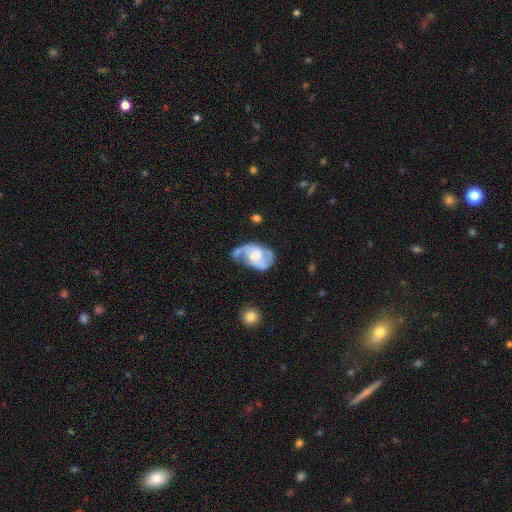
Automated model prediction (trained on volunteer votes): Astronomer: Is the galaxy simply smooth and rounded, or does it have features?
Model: featured or disk — 78%.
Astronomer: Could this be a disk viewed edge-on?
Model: no — 97%.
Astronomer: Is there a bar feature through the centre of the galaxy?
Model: no — 46% (runner-up: weak, 44%).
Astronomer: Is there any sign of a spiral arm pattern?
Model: yes — 92%.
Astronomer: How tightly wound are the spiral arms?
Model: medium — 49% (runner-up: loose, 32%).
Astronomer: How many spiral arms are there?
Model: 2 — 82%.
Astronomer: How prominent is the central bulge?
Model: moderate — 45% (runner-up: small, 25%).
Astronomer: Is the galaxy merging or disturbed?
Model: none — 43% (runner-up: minor disturbance, 28%).